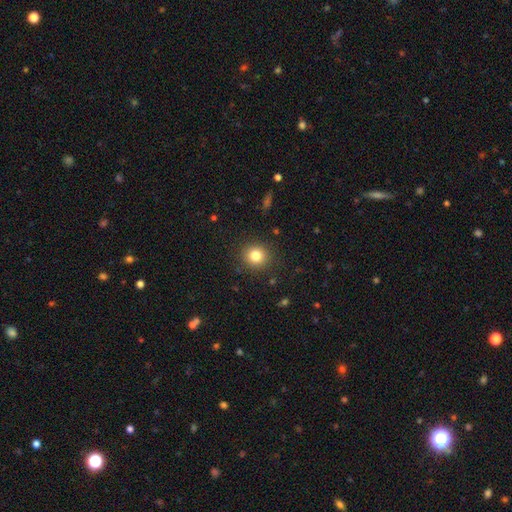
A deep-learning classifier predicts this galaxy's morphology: smooth-or-featured: smooth: 81% | star or artifact: 12% | featured or disk: 7%
  how-rounded: round: 89% | in between: 10% | cigar-shaped: 1%
  merging: none: 90% | minor disturbance: 7% | major disturbance: 3% | merger: 1%